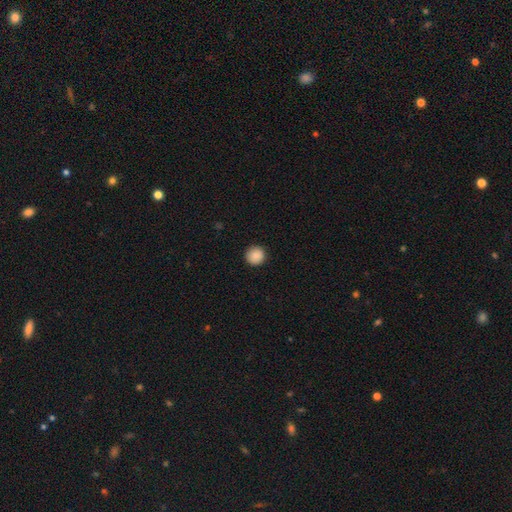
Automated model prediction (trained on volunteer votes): Smooth or featured?
  - smooth: 89% *
  - star or artifact: 8%
  - featured or disk: 3%
How rounded?
  - round: 95% *
  - in between: 4%
  - cigar-shaped: 1%
Merging?
  - none: 92% *
  - minor disturbance: 5%
  - major disturbance: 2%
  - merger: 1%